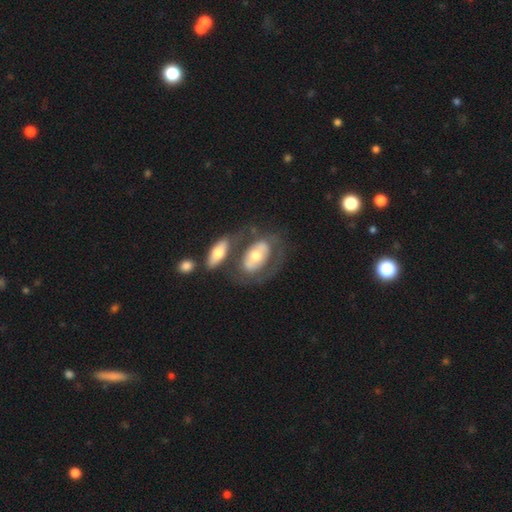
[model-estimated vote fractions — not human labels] Smooth or featured?
  - featured or disk: 59% *
  - smooth: 35%
  - star or artifact: 6%
Edge-on disk?
  - no: 89% *
  - yes: 11%
Bar?
  - no: 72% *
  - weak: 17%
  - strong: 11%
Spiral arms?
  - no: 70% *
  - yes: 30%
Bulge size?
  - moderate: 64% *
  - small: 20%
  - large: 13%
  - dominant: 2%
  - none: 2%
Merging?
  - none: 45% *
  - merger: 25%
  - minor disturbance: 16%
  - major disturbance: 14%